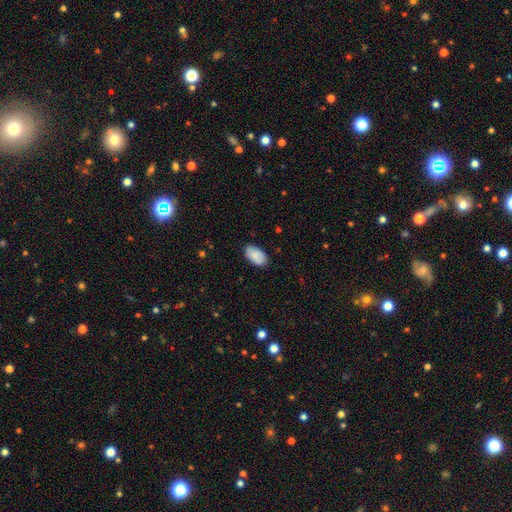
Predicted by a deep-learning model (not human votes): Overall: smooth (82%). How rounded: in between (94%). Merging: none (82%).